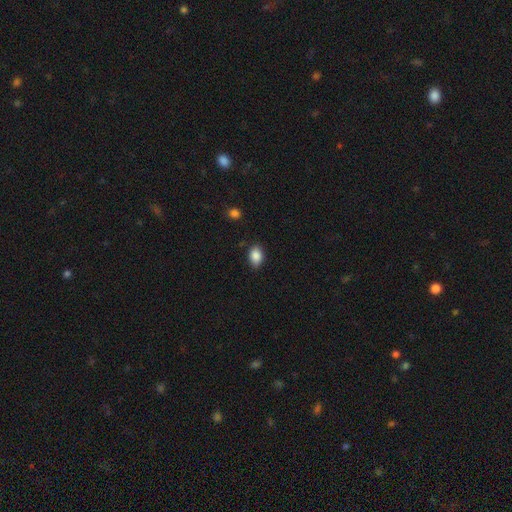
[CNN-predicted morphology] This appears to be a smooth galaxy with no disk features (87%) that is in between round and cigar-shaped (80%). Merging: none (83%).